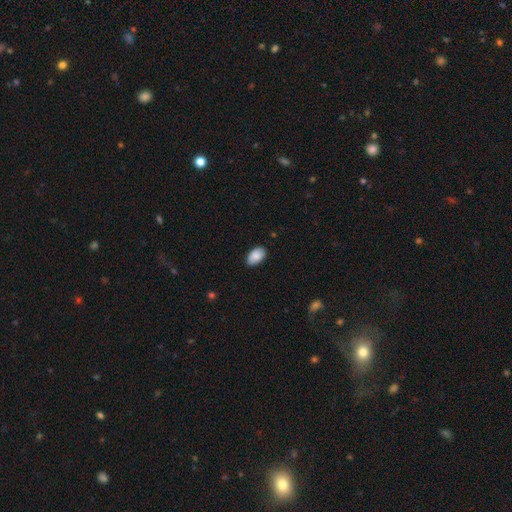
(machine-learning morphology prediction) Q: Smooth or featured?
A: smooth (86%); runner-up: featured or disk (7%)
Q: How rounded?
A: in between (94%); runner-up: round (5%)
Q: Merging?
A: none (82%); runner-up: minor disturbance (15%)